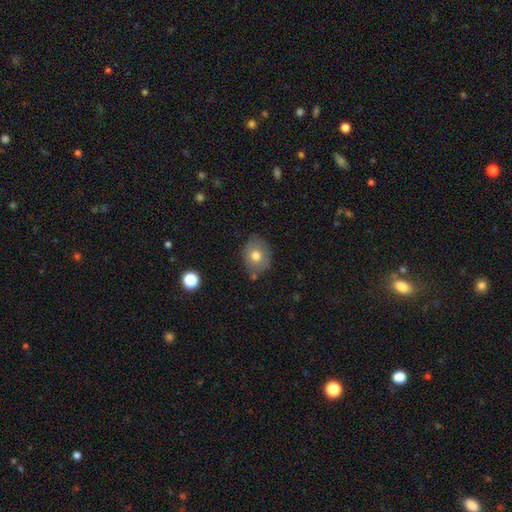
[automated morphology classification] smooth_or_featured: smooth (p=0.73) [alt: featured or disk p=0.18]
how_rounded: in between (p=0.51) [alt: round p=0.48]
merging: none (p=0.77) [alt: minor disturbance p=0.15]